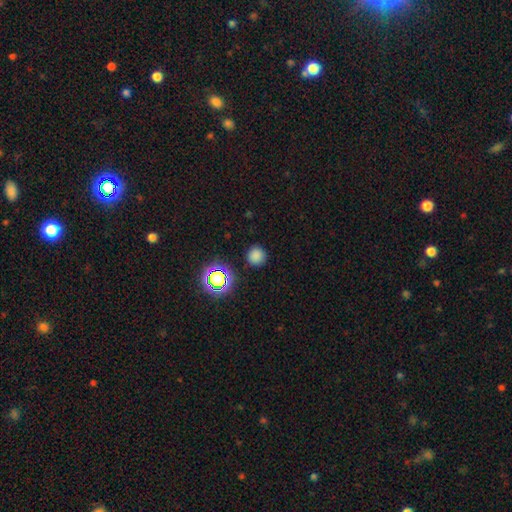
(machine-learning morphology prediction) A smooth galaxy with no disk features (76%) that is round (93%).

Vote fractions:
- Smooth or featured? smooth: 76% / star or artifact: 19% / featured or disk: 5%
- How rounded? round: 93% / in between: 6% / cigar-shaped: 1%
- Merging? none: 87% / minor disturbance: 8% / major disturbance: 3% / merger: 2%